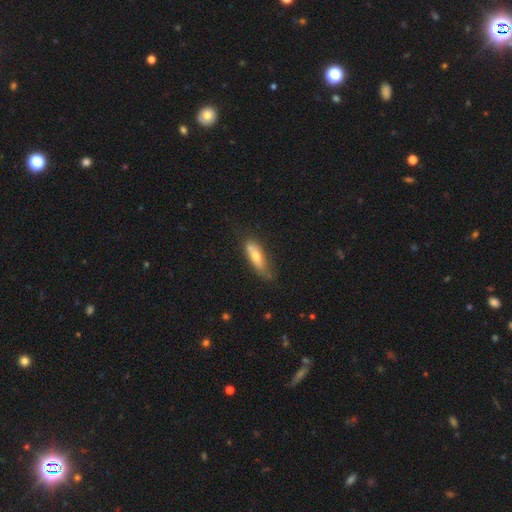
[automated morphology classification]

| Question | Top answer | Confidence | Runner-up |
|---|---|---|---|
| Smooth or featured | smooth | 60% | featured or disk (33%) |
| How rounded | cigar-shaped | 55% | in between (43%) |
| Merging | none | 58% | minor disturbance (27%) |